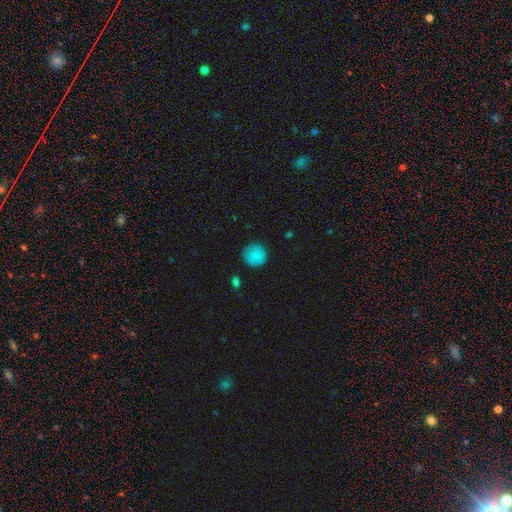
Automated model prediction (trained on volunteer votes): This appears to be a smooth galaxy with no disk features (86%) that is round (93%). Merging: none (86%).